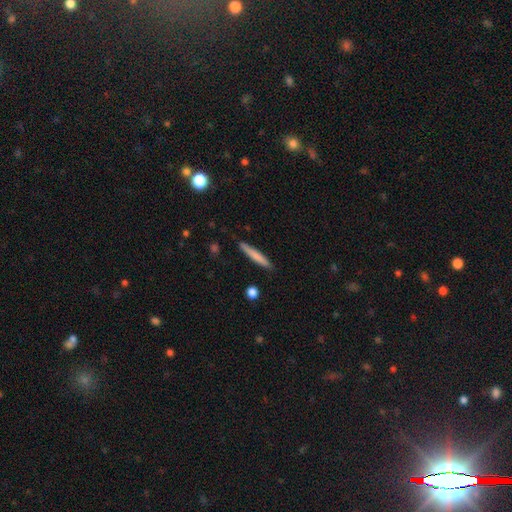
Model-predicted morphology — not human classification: This is likely a smooth galaxy (75%). How rounded: clearly cigar-shaped (95%). Merging: clearly none (88%).